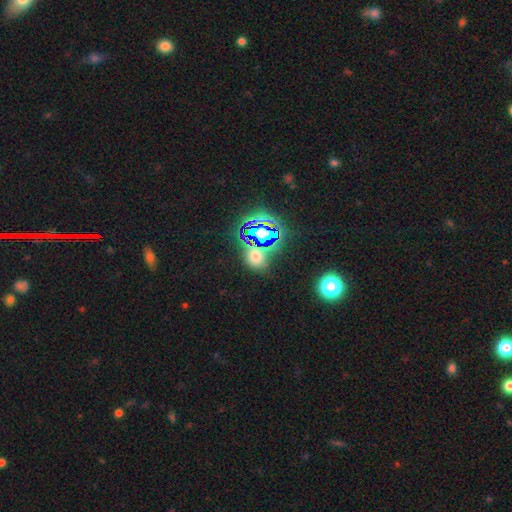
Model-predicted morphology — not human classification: Smooth or featured: star or artifact — 50% (smooth — 41%)